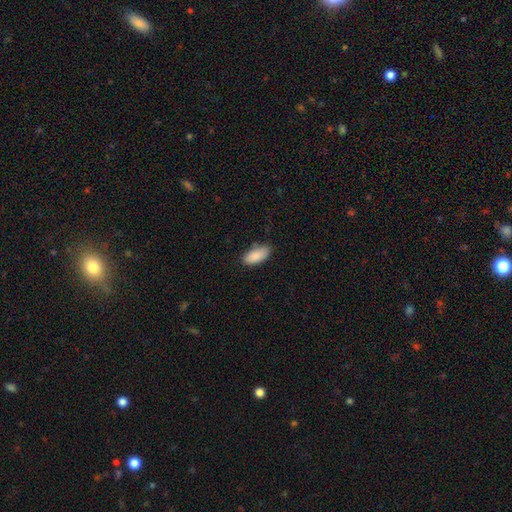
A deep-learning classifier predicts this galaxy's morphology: smooth_or_featured: smooth (p=0.89) [alt: star or artifact p=0.06]
how_rounded: in between (p=0.90) [alt: cigar-shaped p=0.08]
merging: none (p=0.81) [alt: minor disturbance p=0.15]